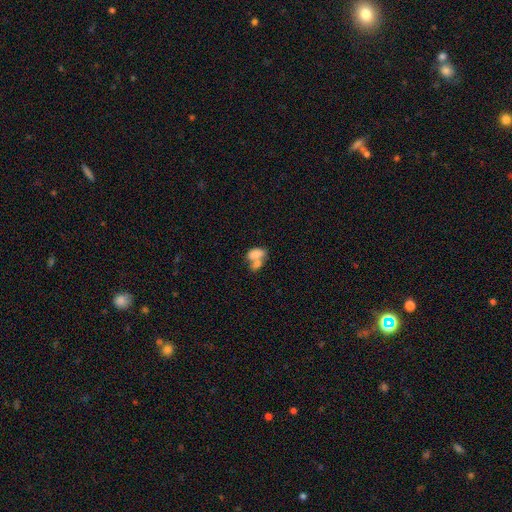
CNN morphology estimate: Smooth or featured?
  - smooth: 76% *
  - featured or disk: 16%
  - star or artifact: 8%
How rounded?
  - in between: 88% *
  - round: 9%
  - cigar-shaped: 3%
Merging?
  - merger: 66% *
  - none: 19%
  - minor disturbance: 9%
  - major disturbance: 6%